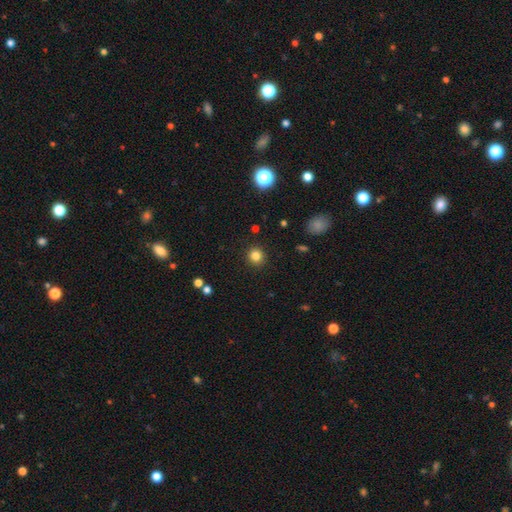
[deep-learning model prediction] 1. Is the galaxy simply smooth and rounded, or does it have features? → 83% smooth, 12% star or artifact, 5% featured or disk.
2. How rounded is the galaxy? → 91% round, 8% in between, 1% cigar-shaped.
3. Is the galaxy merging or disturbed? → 91% none, 6% minor disturbance, 2% major disturbance, 1% merger.